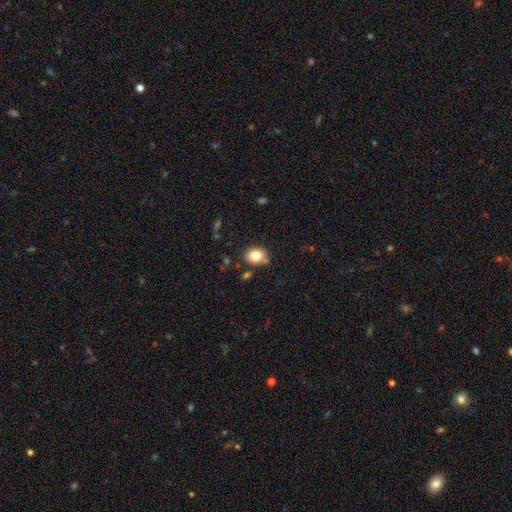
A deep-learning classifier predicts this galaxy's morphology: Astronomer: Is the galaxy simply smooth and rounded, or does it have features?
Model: smooth — 80%.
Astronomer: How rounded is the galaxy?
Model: in between — 50% (runner-up: round, 49%).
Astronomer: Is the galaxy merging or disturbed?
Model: none — 76%.